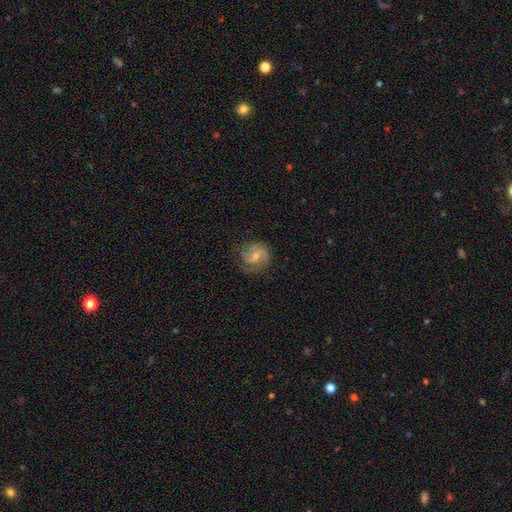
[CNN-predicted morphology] A featured or disk galaxy (77%) with no bar (53%), 2 (63%) tight (47%) spiral arms (94%) and a small central bulge (48%, tied with moderate). Merging: none (78%).